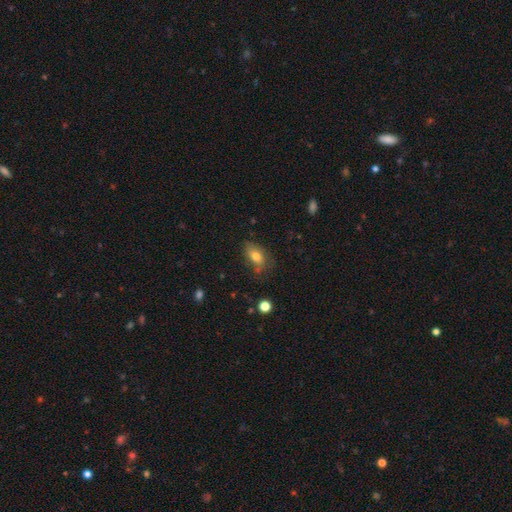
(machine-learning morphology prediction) The model was most divided on "merging": none: 66%, minor disturbance: 24%, major disturbance: 7%, merger: 3%. More confident: how rounded — in between (85%); smooth or featured — smooth (72%).